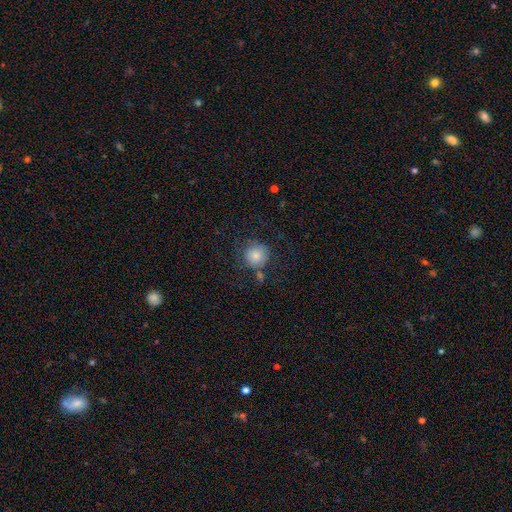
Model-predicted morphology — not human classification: This is clearly a smooth galaxy (80%). How rounded: clearly round (93%). Merging: likely none (70%).